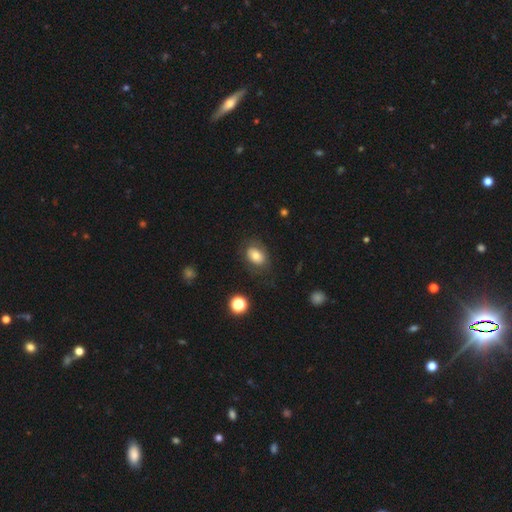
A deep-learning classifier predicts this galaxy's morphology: A smooth galaxy with no disk features (72%) that is in between round and cigar-shaped (75%).

Vote fractions:
- Smooth or featured? smooth: 72% / featured or disk: 18% / star or artifact: 9%
- How rounded? in between: 75% / round: 23% / cigar-shaped: 1%
- Merging? none: 72% / minor disturbance: 17% / major disturbance: 9% / merger: 2%